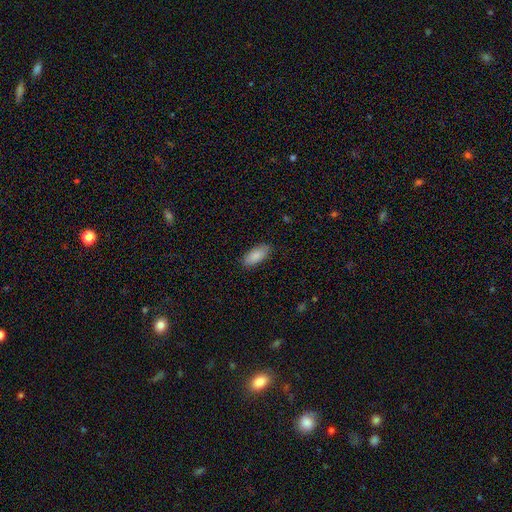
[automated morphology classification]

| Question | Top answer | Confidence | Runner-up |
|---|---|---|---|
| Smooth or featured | smooth | 88% | star or artifact (6%) |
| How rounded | in between | 87% | cigar-shaped (11%) |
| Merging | none | 86% | minor disturbance (11%) |